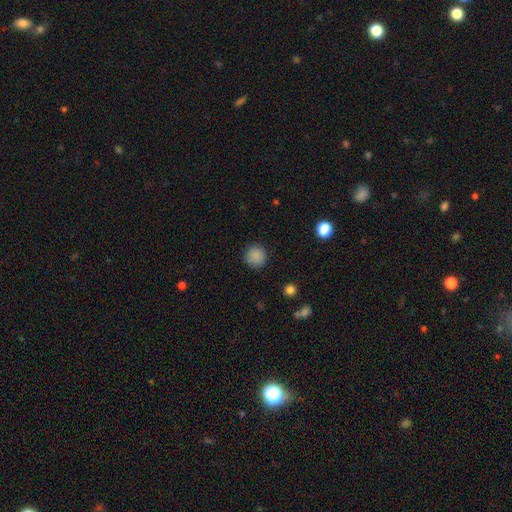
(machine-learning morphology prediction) Overall: smooth (86%). How rounded: round (93%). Merging: none (88%).